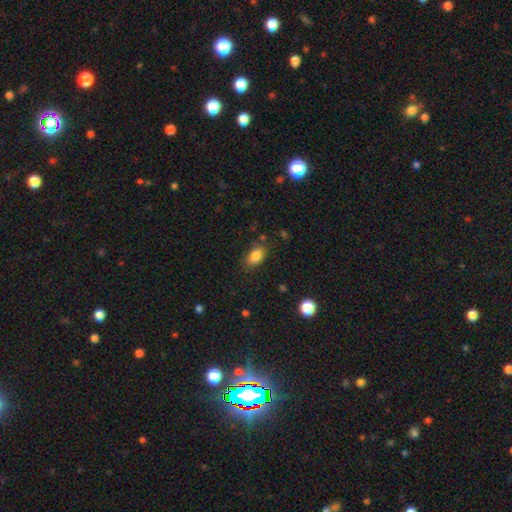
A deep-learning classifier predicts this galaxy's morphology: smooth 85%, star or artifact 9%, featured or disk 6%. Down the decision tree: how rounded — in between (88%); merging — none (78%).